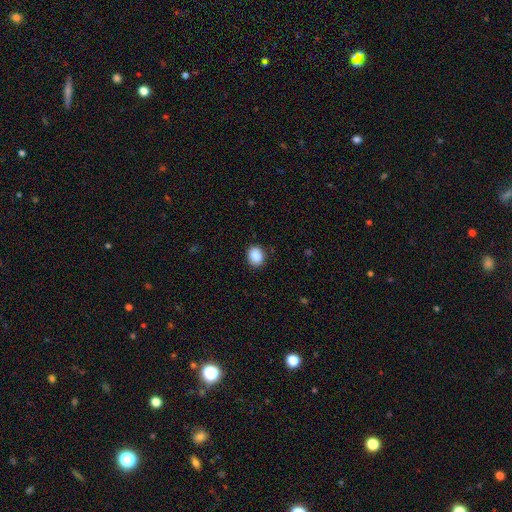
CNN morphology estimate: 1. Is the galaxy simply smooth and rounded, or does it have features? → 89% smooth, 8% star or artifact, 3% featured or disk.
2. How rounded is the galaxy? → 57% round, 43% in between, 1% cigar-shaped.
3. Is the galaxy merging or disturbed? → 87% none, 10% minor disturbance, 2% major disturbance, 1% merger.